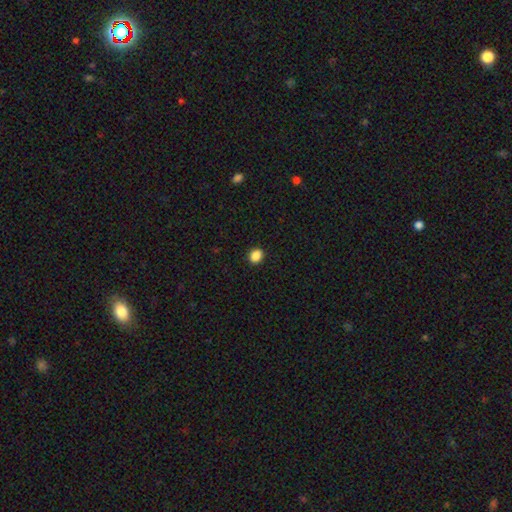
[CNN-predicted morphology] A smooth galaxy with no disk features (88%) that is round (59%). Merging: none (92%).